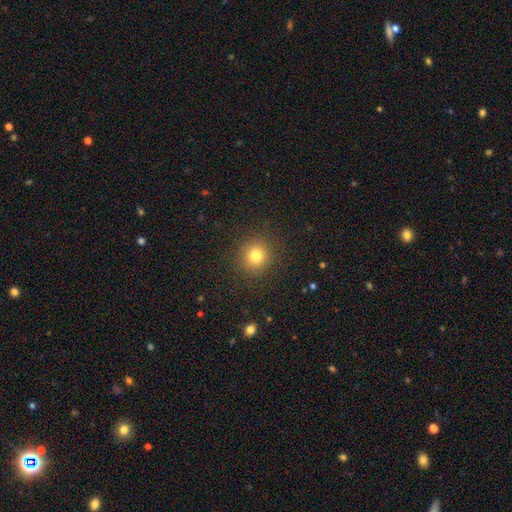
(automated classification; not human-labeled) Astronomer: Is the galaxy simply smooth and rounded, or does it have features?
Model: smooth — 79%.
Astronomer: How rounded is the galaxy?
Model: round — 91%.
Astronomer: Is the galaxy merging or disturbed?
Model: none — 90%.